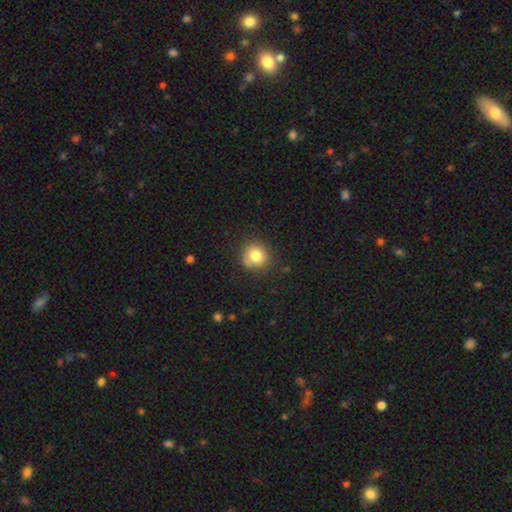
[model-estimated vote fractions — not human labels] Q: Smooth or featured?
A: smooth (80%); runner-up: star or artifact (11%)
Q: How rounded?
A: round (88%); runner-up: in between (11%)
Q: Merging?
A: none (77%); runner-up: minor disturbance (15%)